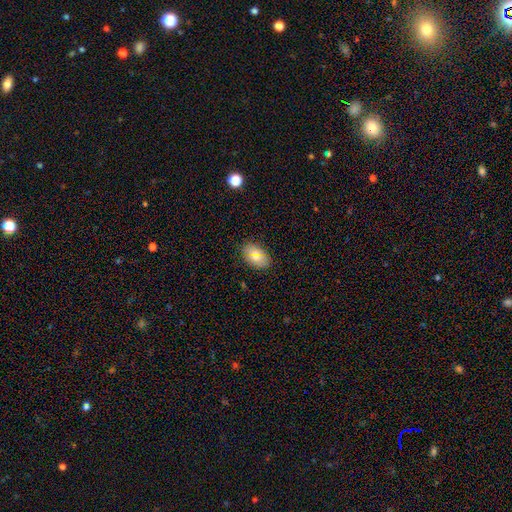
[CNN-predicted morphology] Q: Smooth or featured?
A: smooth (76%); runner-up: featured or disk (15%)
Q: How rounded?
A: in between (89%); runner-up: round (10%)
Q: Merging?
A: none (85%); runner-up: minor disturbance (11%)